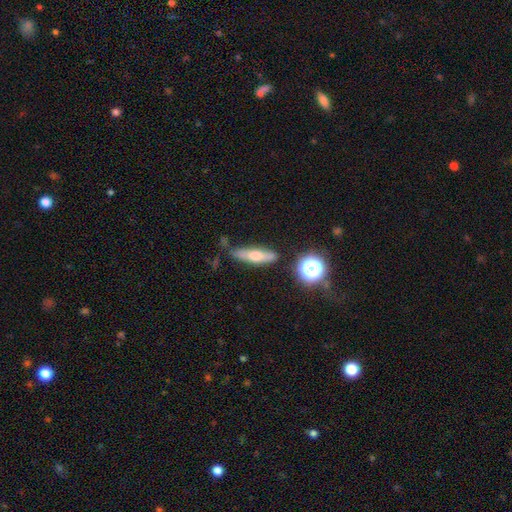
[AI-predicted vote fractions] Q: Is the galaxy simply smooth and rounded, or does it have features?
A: smooth — 53%.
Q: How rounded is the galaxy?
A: cigar-shaped — 65%.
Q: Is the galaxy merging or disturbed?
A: none — 72%.